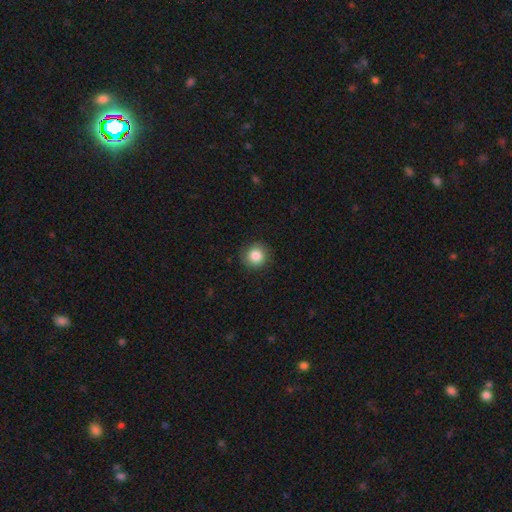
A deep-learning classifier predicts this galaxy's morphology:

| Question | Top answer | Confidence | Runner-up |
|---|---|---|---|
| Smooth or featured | smooth | 85% | star or artifact (9%) |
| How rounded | round | 93% | in between (6%) |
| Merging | none | 88% | minor disturbance (9%) |